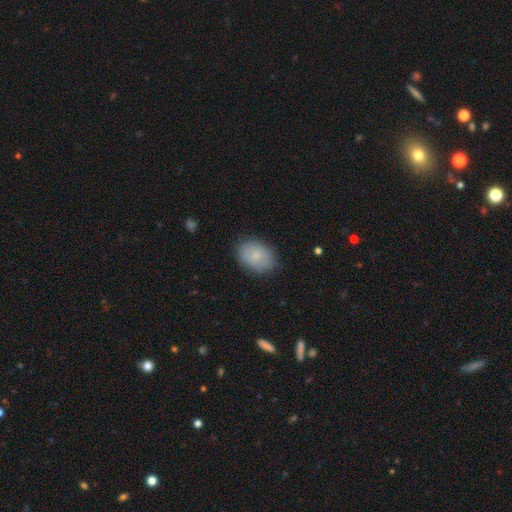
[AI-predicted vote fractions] smooth_or_featured: smooth (p=0.80) [alt: featured or disk p=0.13]
how_rounded: in between (p=0.75) [alt: round p=0.24]
merging: none (p=0.84) [alt: minor disturbance p=0.12]